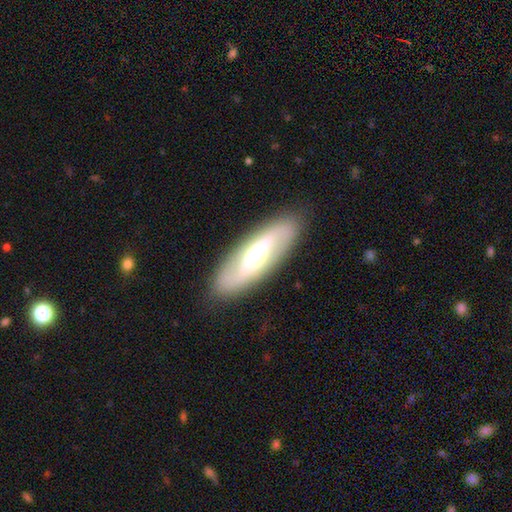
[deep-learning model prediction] A featured or disk galaxy (57%). Merging: none (88%).